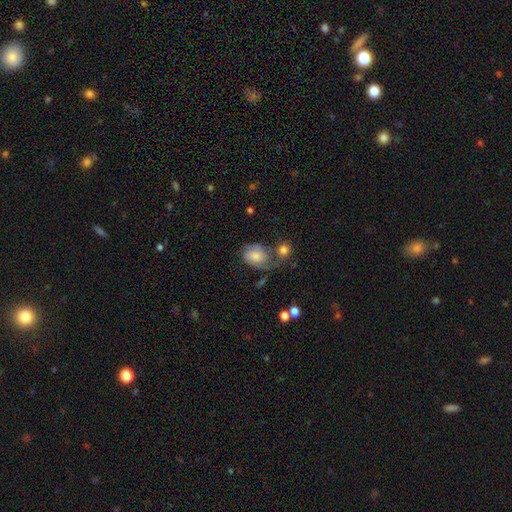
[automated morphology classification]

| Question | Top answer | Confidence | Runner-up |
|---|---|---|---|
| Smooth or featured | smooth | 63% | featured or disk (29%) |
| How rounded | in between | 60% | round (39%) |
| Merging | none | 35% | merger (25%) |